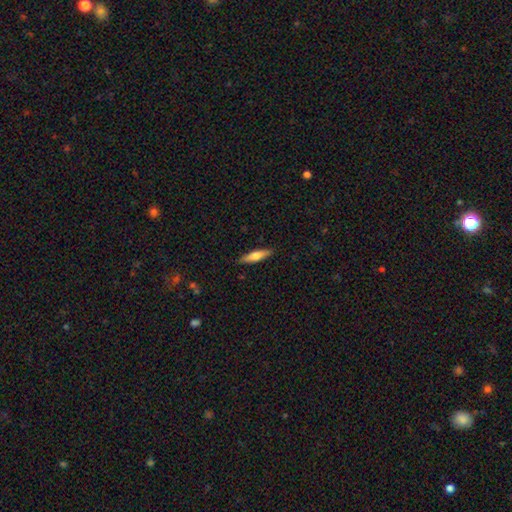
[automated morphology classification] Smooth or featured?
  - smooth: 61% *
  - featured or disk: 34%
  - star or artifact: 6%
How rounded?
  - cigar-shaped: 74% *
  - in between: 25%
  - round: 2%
Merging?
  - none: 88% *
  - minor disturbance: 9%
  - major disturbance: 2%
  - merger: 1%